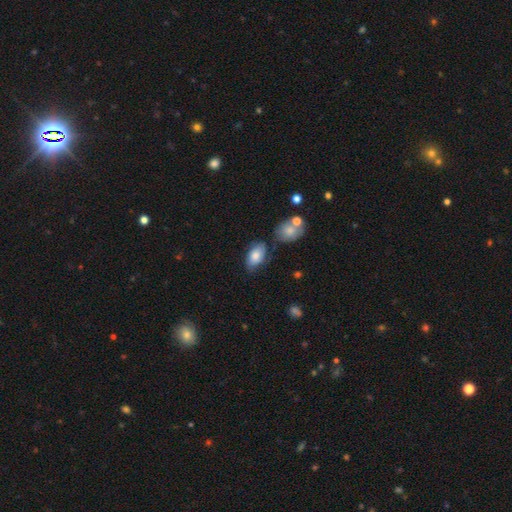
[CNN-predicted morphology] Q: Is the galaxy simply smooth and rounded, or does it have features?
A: smooth — 75%.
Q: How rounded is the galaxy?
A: in between — 92%.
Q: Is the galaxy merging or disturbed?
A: none — 59%.